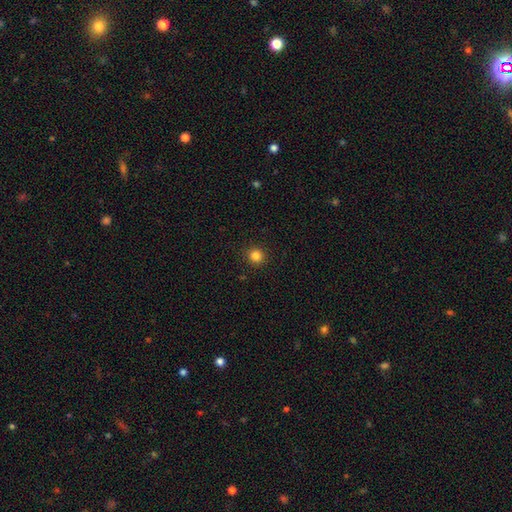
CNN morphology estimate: The model was most divided on "smooth or featured": smooth: 84%, star or artifact: 12%, featured or disk: 4%. More confident: how rounded — round (93%); merging — none (92%).